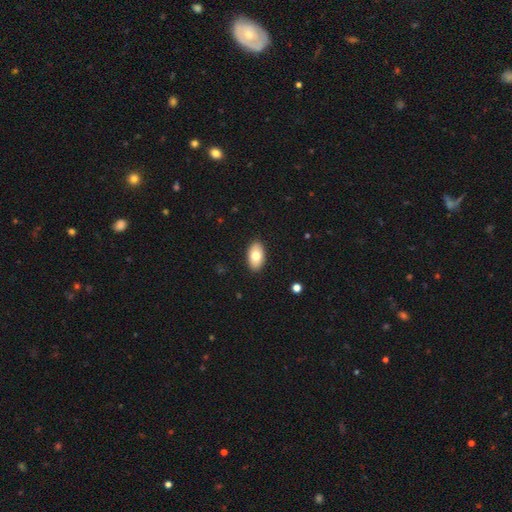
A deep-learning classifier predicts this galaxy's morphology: type=smooth (77%); roundness=in between (94%); merging=none (90%).